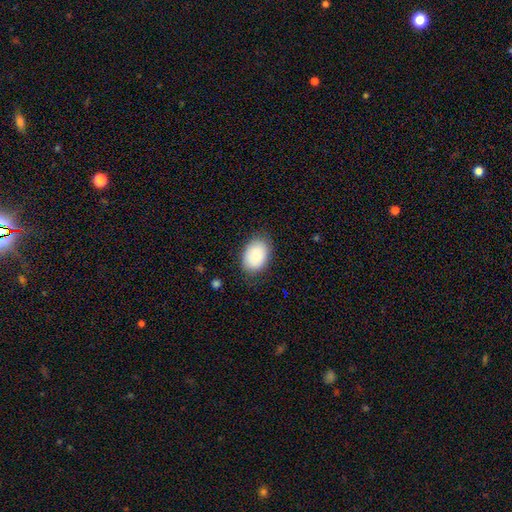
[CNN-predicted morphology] Smooth or featured? Predicted: smooth (p=0.88). How rounded? Predicted: in between (p=0.83). Merging? Predicted: none (p=0.79).